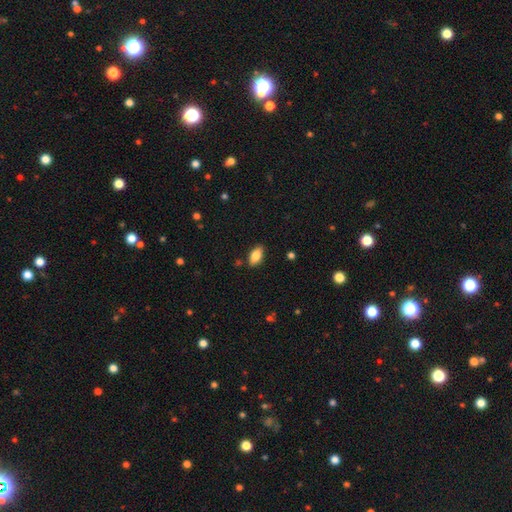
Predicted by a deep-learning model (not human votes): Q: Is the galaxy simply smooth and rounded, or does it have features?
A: smooth — 81%.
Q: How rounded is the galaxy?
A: in between — 90%.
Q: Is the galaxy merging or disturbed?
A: none — 86%.